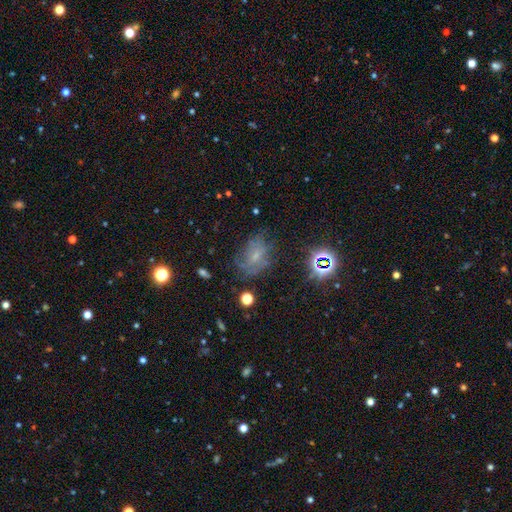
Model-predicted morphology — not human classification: A featured or disk galaxy (41%). Merging: none (55%).